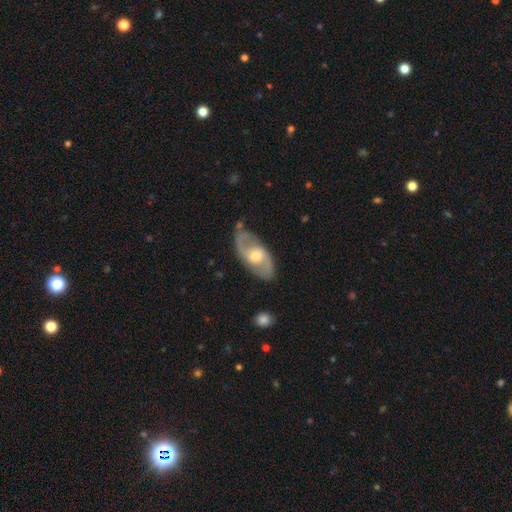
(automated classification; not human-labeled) smooth-or-featured: featured or disk: 79% | smooth: 16% | star or artifact: 5%
  disk-edge-on: no: 93% | yes: 7%
    bar: no: 46% | weak: 42% | strong: 12%
    has-spiral-arms: yes: 88% | no: 12%
      spiral-winding: medium: 49% | loose: 30% | tight: 21%
      spiral-arm-count: 2: 87% | can't tell: 7% | 1: 3% | 3: 1% | 4: 1% | more than 4: 1%
    bulge-size: moderate: 70% | small: 17% | large: 11% | none: 1% | dominant: 1%
  merging: none: 75% | minor disturbance: 17% | major disturbance: 5% | merger: 2%